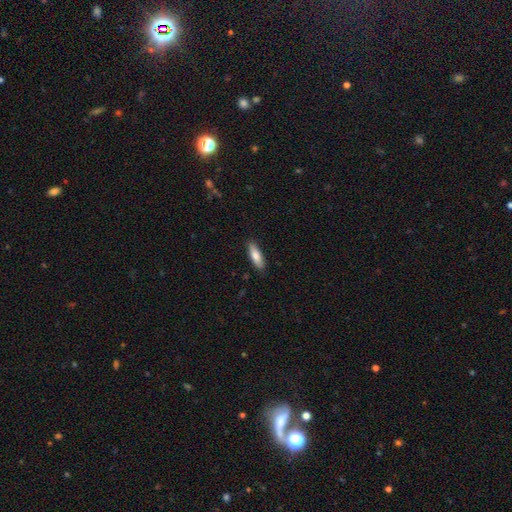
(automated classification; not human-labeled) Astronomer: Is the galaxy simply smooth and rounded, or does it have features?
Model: smooth — 81%.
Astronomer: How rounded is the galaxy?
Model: in between — 52% (runner-up: cigar-shaped, 46%).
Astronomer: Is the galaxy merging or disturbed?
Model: none — 88%.